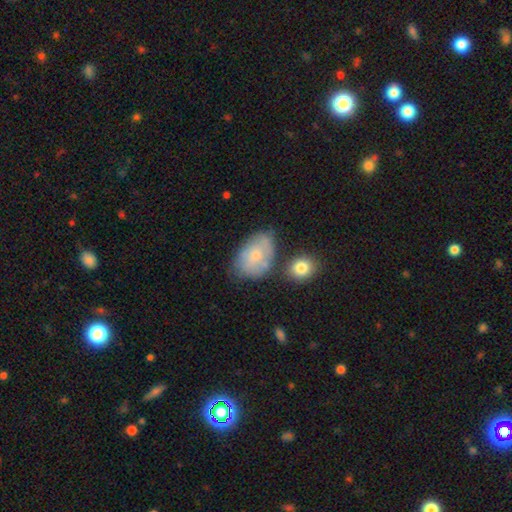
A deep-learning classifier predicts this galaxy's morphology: smooth_or_featured: smooth (p=0.60) [alt: featured or disk p=0.32]
how_rounded: in between (p=0.84) [alt: round p=0.15]
merging: none (p=0.50) [alt: minor disturbance p=0.28]